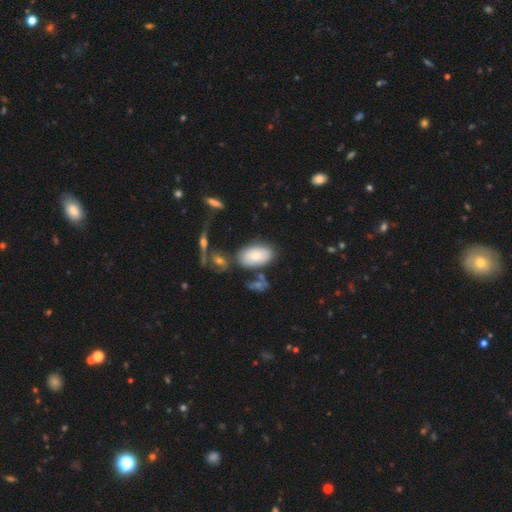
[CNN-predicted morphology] Smooth or featured?
  - smooth: 78% *
  - featured or disk: 15%
  - star or artifact: 7%
How rounded?
  - in between: 94% *
  - round: 4%
  - cigar-shaped: 2%
Merging?
  - none: 67% *
  - minor disturbance: 17%
  - merger: 10%
  - major disturbance: 6%